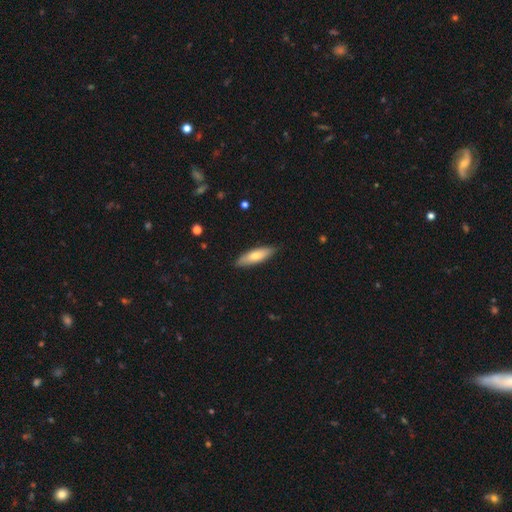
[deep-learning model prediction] A smooth galaxy with no disk features (72%) that is cigar-shaped (55%). Merging: none (86%).